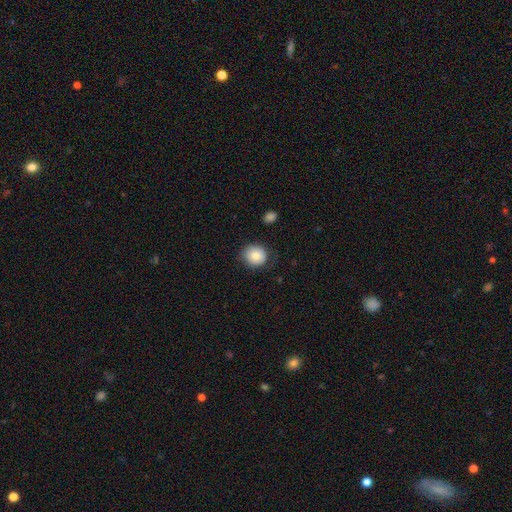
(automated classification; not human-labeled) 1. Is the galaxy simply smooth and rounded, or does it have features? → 80% smooth, 11% featured or disk, 9% star or artifact.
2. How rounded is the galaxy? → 86% round, 13% in between, 1% cigar-shaped.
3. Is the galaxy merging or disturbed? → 82% none, 13% minor disturbance, 4% major disturbance, 1% merger.